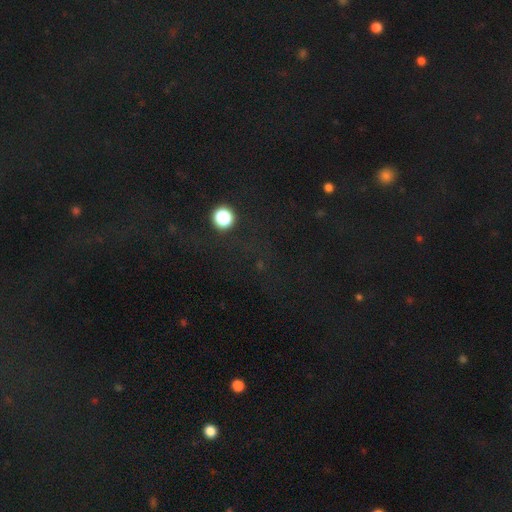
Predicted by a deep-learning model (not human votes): Smooth or featured? star or artifact (75%)